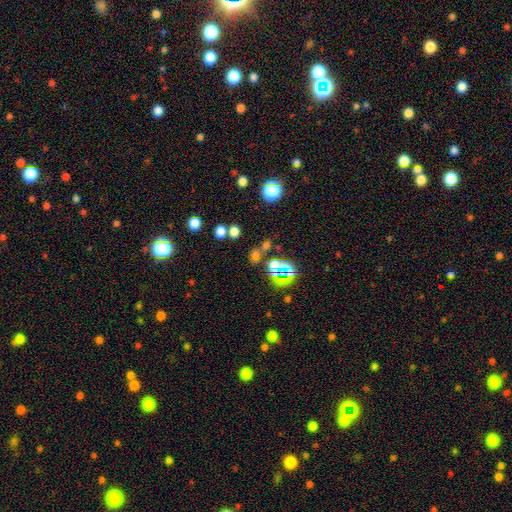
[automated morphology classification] smooth 49%, star or artifact 40%, featured or disk 10%. Down the decision tree: merging — none (60%).